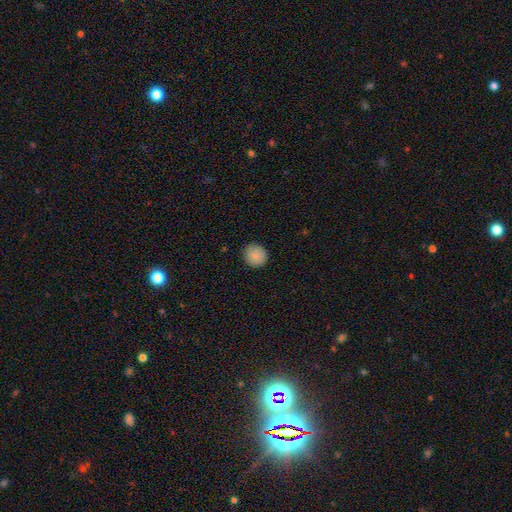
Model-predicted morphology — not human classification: A smooth galaxy with no disk features (88%) that is round (89%).

Vote fractions:
- Smooth or featured? smooth: 88% / star or artifact: 8% / featured or disk: 5%
- How rounded? round: 89% / in between: 11% / cigar-shaped: 1%
- Merging? none: 89% / minor disturbance: 8% / major disturbance: 2% / merger: 1%